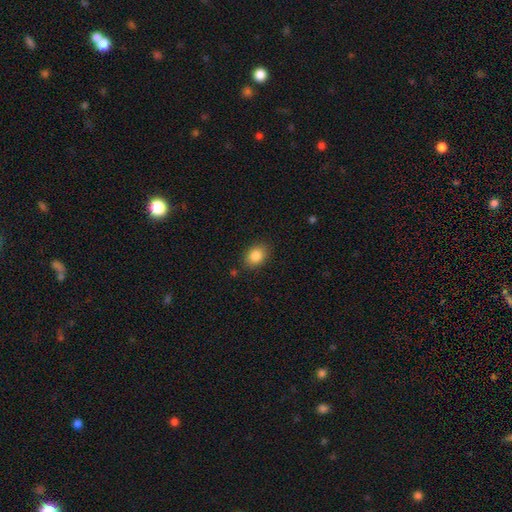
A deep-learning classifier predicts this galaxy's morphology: Smooth or featured?
  - smooth: 86% *
  - star or artifact: 9%
  - featured or disk: 6%
How rounded?
  - in between: 63% *
  - round: 36%
  - cigar-shaped: 1%
Merging?
  - none: 85% *
  - minor disturbance: 10%
  - major disturbance: 3%
  - merger: 2%